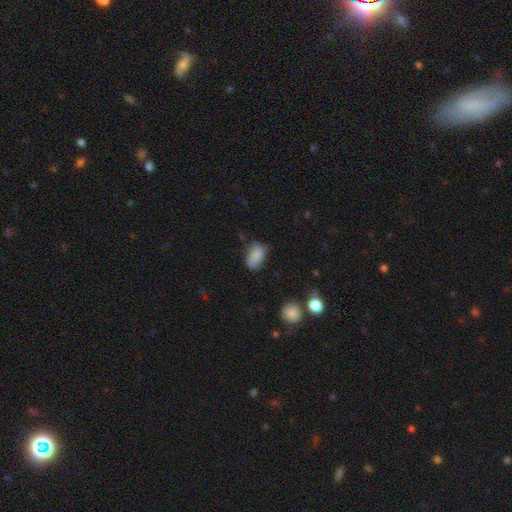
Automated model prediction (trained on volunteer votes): Smooth or featured? smooth (84%)
How rounded? in between (89%)
Merging? none (60%)